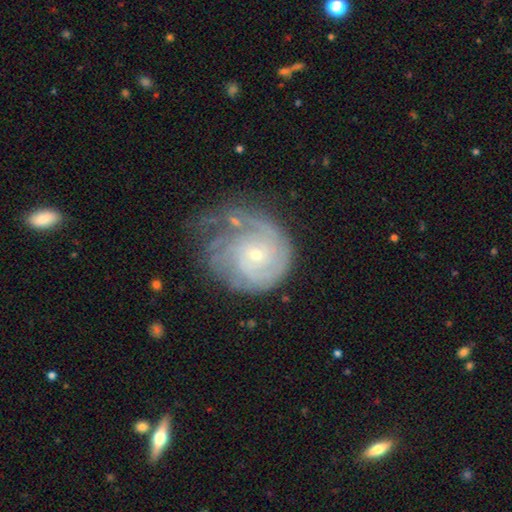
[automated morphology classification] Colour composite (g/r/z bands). It shows a featured or disk galaxy (79%) with no bar (76%), tight (70%) spiral arms (92%) and a small central bulge (73%). Merging: none (45%).